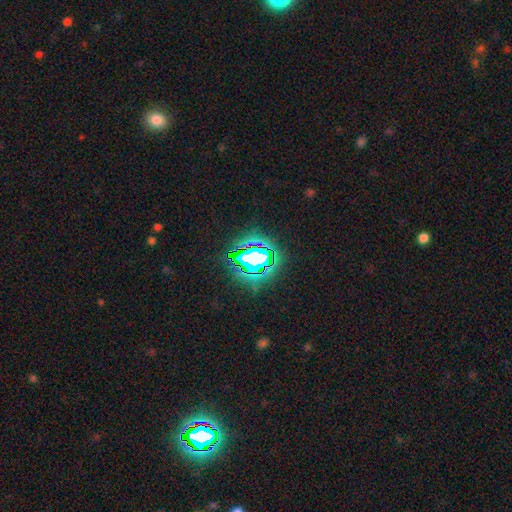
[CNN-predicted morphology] Smooth or featured? Predicted: star or artifact (p=0.74).